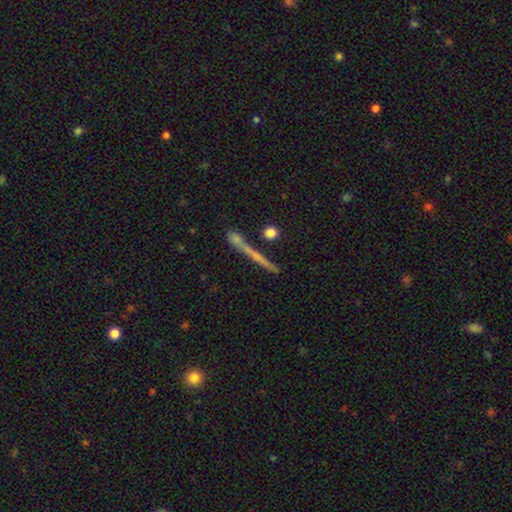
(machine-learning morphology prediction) Smooth or featured? smooth (45%)
Merging? none (70%)